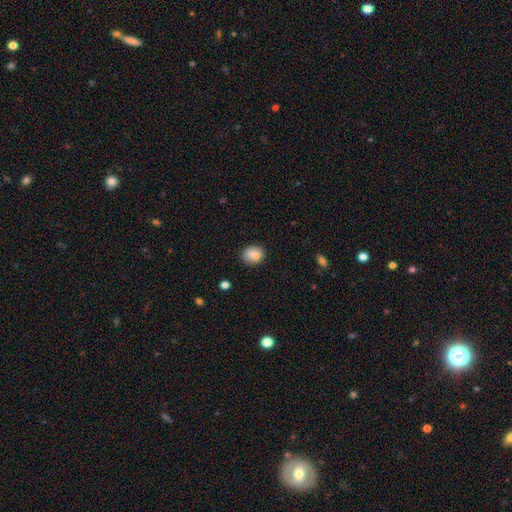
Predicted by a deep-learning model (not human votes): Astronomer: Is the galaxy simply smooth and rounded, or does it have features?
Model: smooth — 83%.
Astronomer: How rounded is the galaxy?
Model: round — 61% (runner-up: in between, 38%).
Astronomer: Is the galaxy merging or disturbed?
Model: none — 71%.